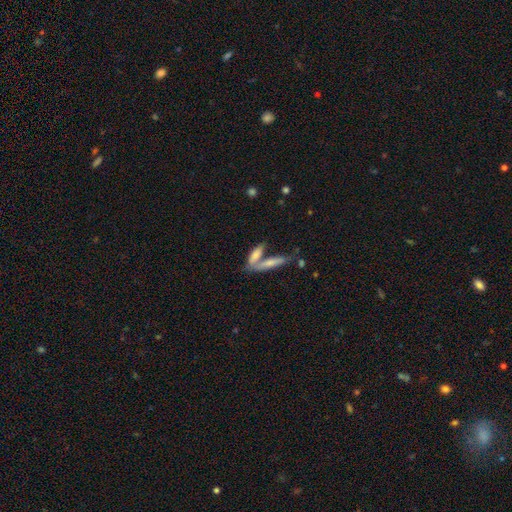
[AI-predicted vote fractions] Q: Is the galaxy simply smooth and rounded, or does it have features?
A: smooth — 65%.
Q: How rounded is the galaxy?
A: cigar-shaped — 60%.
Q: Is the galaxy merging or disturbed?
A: merger — 55%.